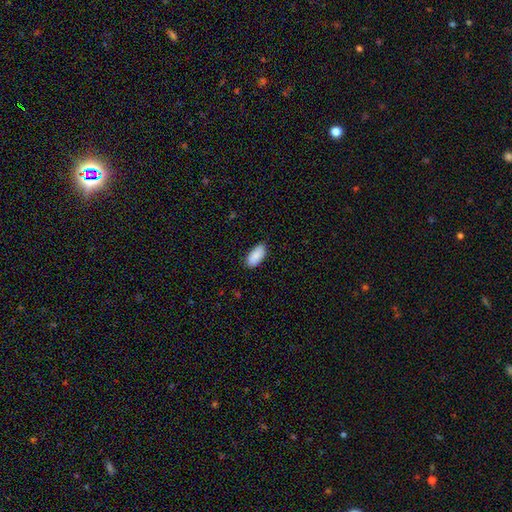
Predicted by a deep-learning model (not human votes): A smooth galaxy with no disk features (88%) that is in between round and cigar-shaped (94%).

Vote fractions:
- Smooth or featured? smooth: 88% / star or artifact: 6% / featured or disk: 5%
- How rounded? in between: 94% / cigar-shaped: 4% / round: 2%
- Merging? none: 84% / minor disturbance: 13% / major disturbance: 2% / merger: 1%